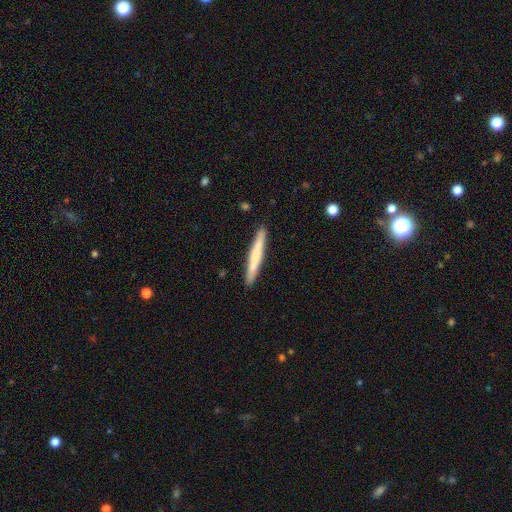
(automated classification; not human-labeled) Smooth or featured? smooth (61%)
How rounded? cigar-shaped (96%)
Merging? none (90%)